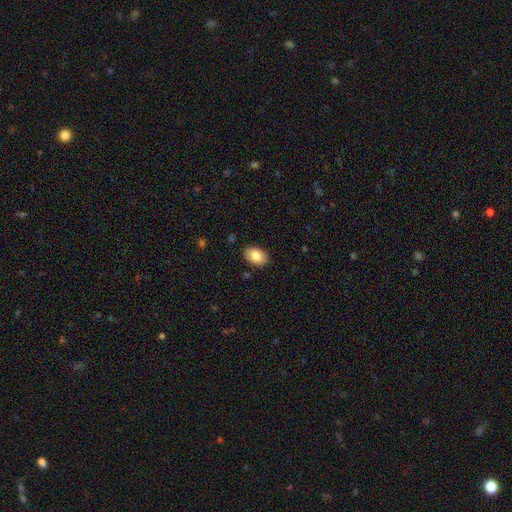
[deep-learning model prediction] Smooth or featured?
  - smooth: 84% *
  - featured or disk: 9%
  - star or artifact: 7%
How rounded?
  - in between: 88% *
  - round: 11%
  - cigar-shaped: 1%
Merging?
  - none: 88% *
  - minor disturbance: 9%
  - major disturbance: 2%
  - merger: 1%